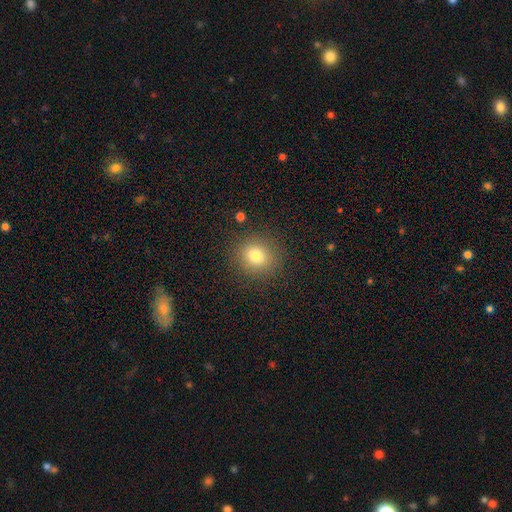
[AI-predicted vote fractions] Overall: smooth (78%). How rounded: round (82%). Merging: none (87%).